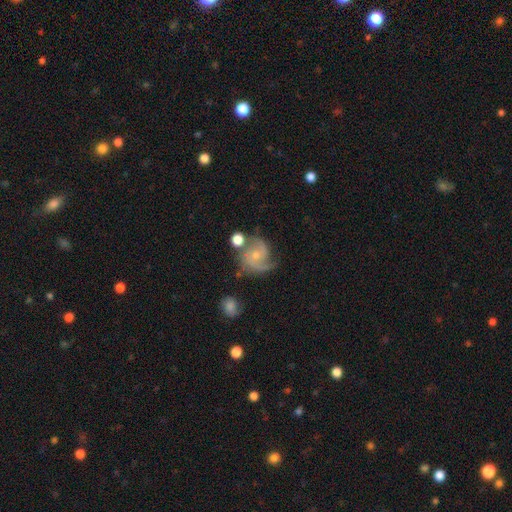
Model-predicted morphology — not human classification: Smooth or featured? Predicted: featured or disk (p=0.80). Edge-on disk? Predicted: no (p=0.98). Bar? Predicted: no (p=0.66). Spiral arms? Predicted: yes (p=0.95). Spiral winding? Predicted: medium (p=0.49). Spiral arm count? Predicted: 2 (p=0.59). Bulge size? Predicted: small (p=0.60). Merging? Predicted: none (p=0.53).